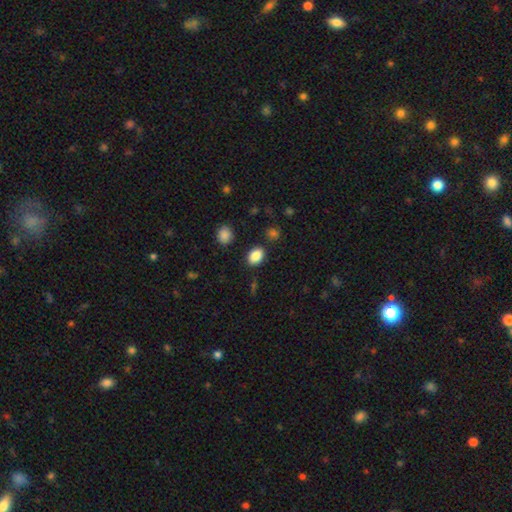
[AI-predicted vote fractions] smooth 87%, star or artifact 9%, featured or disk 4%. Down the decision tree: how rounded — in between (76%); merging — none (85%).